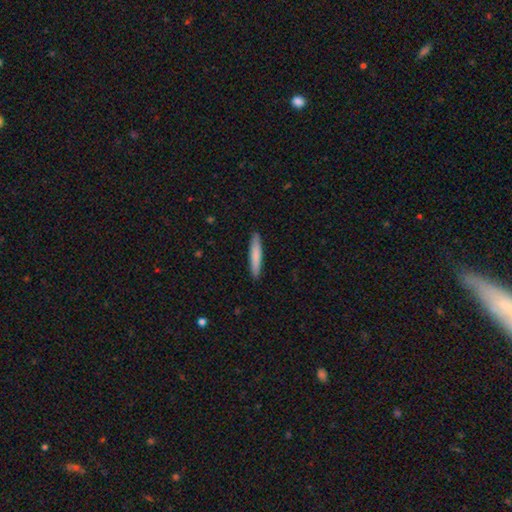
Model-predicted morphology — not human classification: smooth 80%, featured or disk 15%, star or artifact 5%. Down the decision tree: how rounded — cigar-shaped (92%); merging — none (91%).